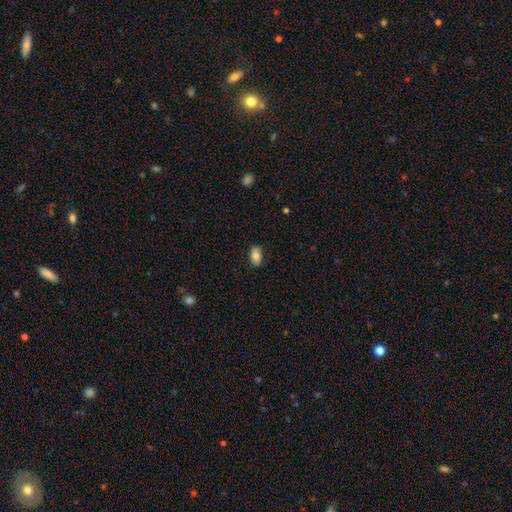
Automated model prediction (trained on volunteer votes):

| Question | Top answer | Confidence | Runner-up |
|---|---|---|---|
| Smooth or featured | smooth | 79% | featured or disk (13%) |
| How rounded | in between | 91% | round (6%) |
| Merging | none | 85% | minor disturbance (11%) |